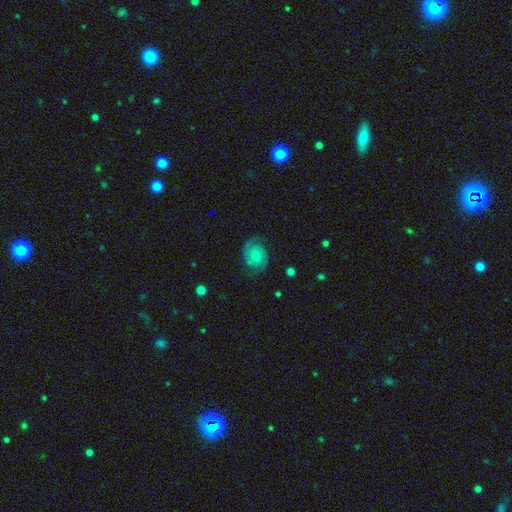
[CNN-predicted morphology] This is possibly a featured or disk galaxy (52%). It is clearly not viewed edge-on (96%). Bar: clearly no (81%). Spiral arm pattern: clearly yes (85%). Central bulge: possibly small (47%). Merging: likely none (74%).